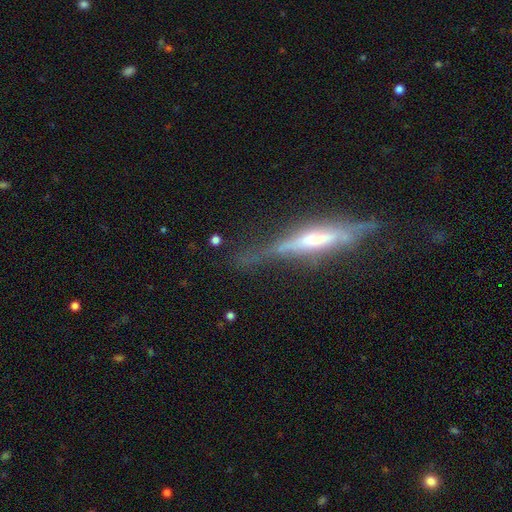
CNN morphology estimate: A featured or disk galaxy (76%) viewed edge-on (92%) with a rounded central bulge (42%). Merging: none (63%).